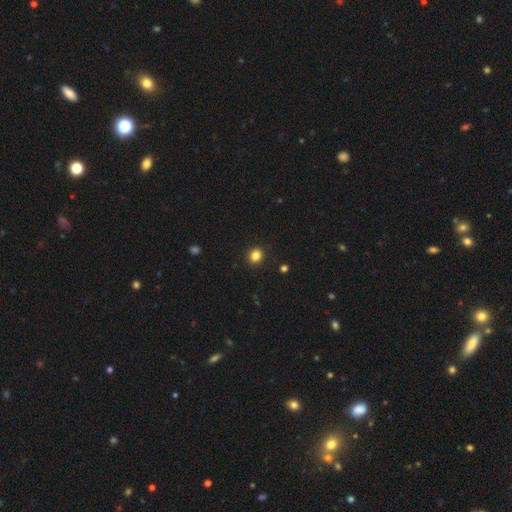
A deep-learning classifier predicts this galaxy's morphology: Smooth or featured: smooth — 84% (star or artifact — 12%)
How rounded: round — 80% (in between — 19%)
Merging: none — 92% (minor disturbance — 5%)